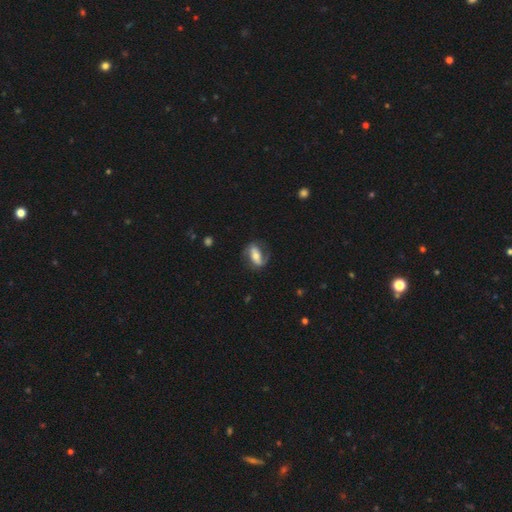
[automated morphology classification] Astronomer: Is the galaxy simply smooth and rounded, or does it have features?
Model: featured or disk — 67%.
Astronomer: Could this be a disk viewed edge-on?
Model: no — 91%.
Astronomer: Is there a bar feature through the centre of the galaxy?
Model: strong — 50% (runner-up: weak, 27%).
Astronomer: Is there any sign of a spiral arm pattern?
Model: yes — 85%.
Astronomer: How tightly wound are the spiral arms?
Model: medium — 40% (runner-up: loose, 36%).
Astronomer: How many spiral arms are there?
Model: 2 — 81%.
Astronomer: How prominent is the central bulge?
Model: moderate — 57%.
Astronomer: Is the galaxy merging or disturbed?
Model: none — 69%.